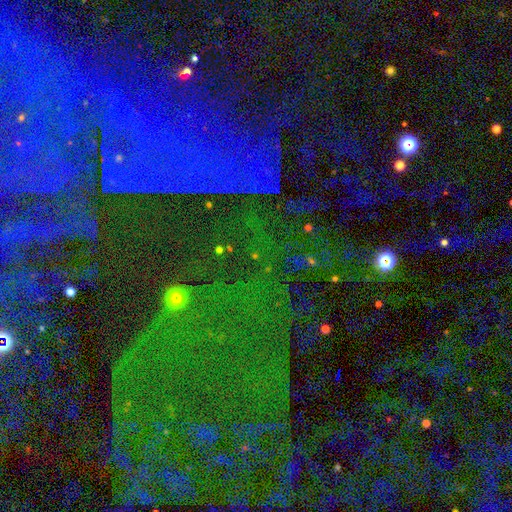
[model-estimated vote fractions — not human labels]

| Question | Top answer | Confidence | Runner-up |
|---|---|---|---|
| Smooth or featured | star or artifact | 80% | featured or disk (11%) |